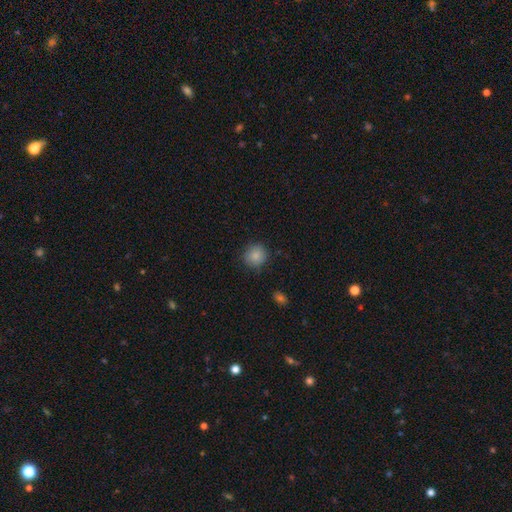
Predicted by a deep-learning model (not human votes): smooth-or-featured: smooth: 86% | star or artifact: 9% | featured or disk: 5%
  how-rounded: round: 90% | in between: 10% | cigar-shaped: 1%
  merging: none: 85% | minor disturbance: 11% | major disturbance: 3% | merger: 1%